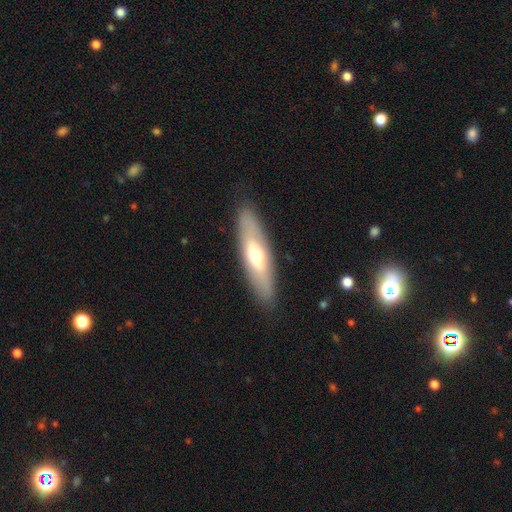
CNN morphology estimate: The model was most divided on "smooth or featured": smooth: 53%, featured or disk: 42%, star or artifact: 6%. More confident: merging — none (87%); how rounded — cigar-shaped (55%).